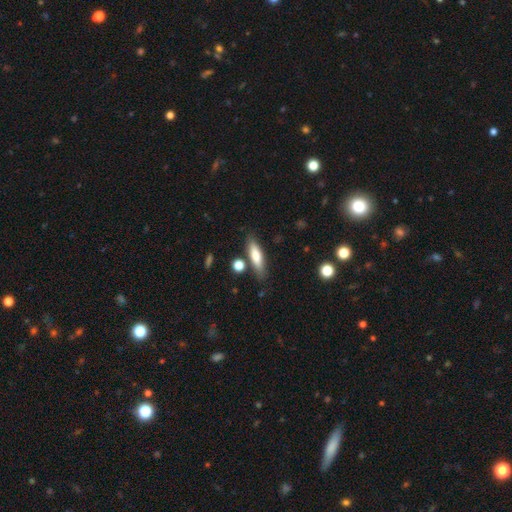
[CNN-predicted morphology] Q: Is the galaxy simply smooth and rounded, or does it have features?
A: smooth — 71%.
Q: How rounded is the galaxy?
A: cigar-shaped — 64%.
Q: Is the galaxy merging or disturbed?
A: none — 80%.